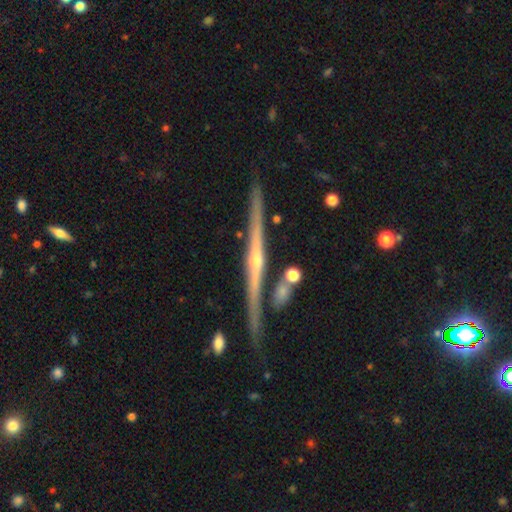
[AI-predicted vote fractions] Smooth or featured: featured or disk — 84% (smooth — 10%)
Edge-on disk: yes — 98% (no — 2%)
Edge-on bulge: rounded — 76% (none — 20%)
Merging: none — 81% (minor disturbance — 11%)